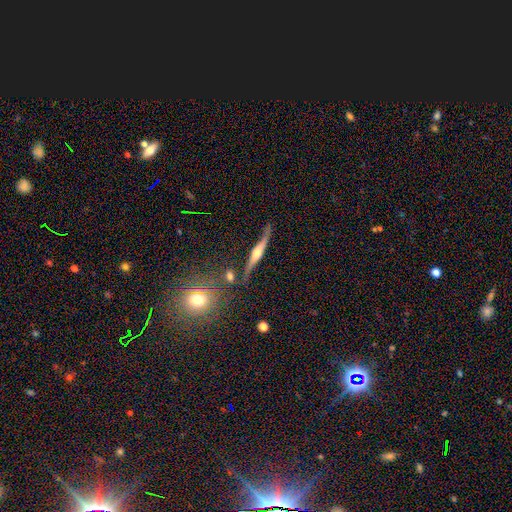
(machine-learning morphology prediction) This appears to be a featured or disk galaxy (59%) viewed edge-on (92%) with a rounded central bulge (82%). Merging: none (82%).